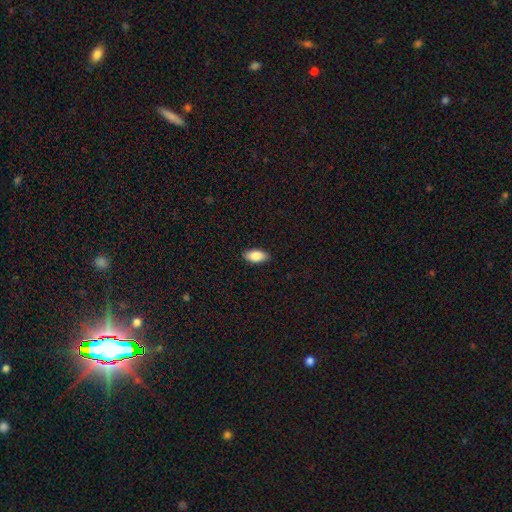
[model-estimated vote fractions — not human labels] The model was most divided on "smooth or featured": smooth: 85%, featured or disk: 8%, star or artifact: 7%. More confident: how rounded — in between (92%); merging — none (89%).